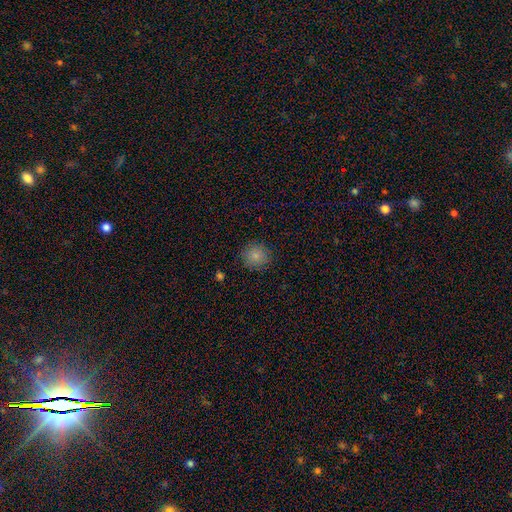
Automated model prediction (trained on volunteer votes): Morphology: type=smooth (83%); roundness=round (91%); merging=none (87%).